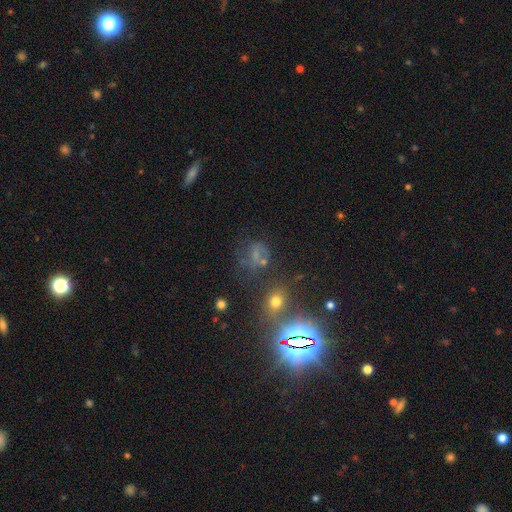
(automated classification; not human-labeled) Overall: star or artifact (46%; smooth 33%).